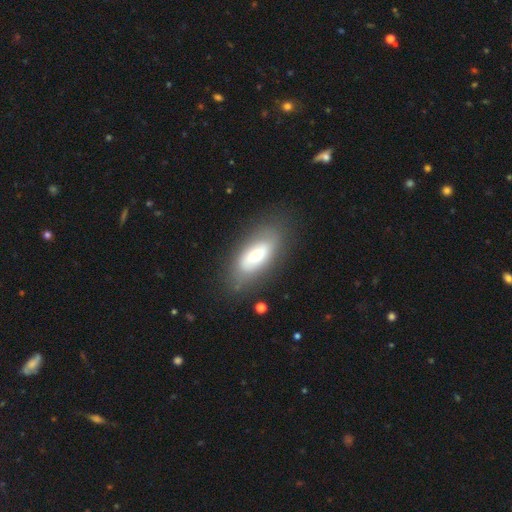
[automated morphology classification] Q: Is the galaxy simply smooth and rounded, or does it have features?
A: smooth — 53%.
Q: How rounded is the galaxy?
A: in between — 85%.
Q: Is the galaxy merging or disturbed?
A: none — 78%.